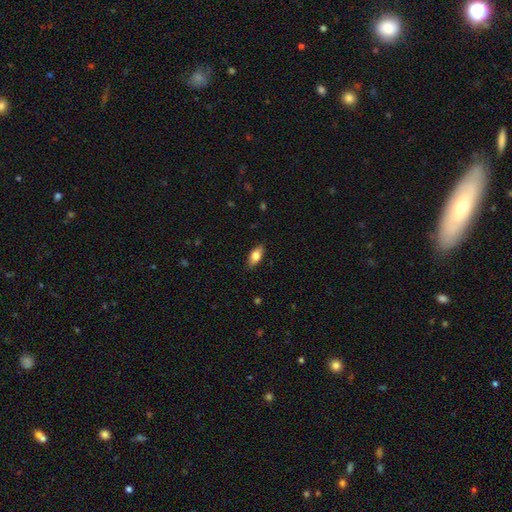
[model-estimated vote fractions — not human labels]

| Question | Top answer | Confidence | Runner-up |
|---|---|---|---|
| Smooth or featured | smooth | 77% | featured or disk (16%) |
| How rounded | in between | 86% | cigar-shaped (11%) |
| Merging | none | 86% | minor disturbance (11%) |